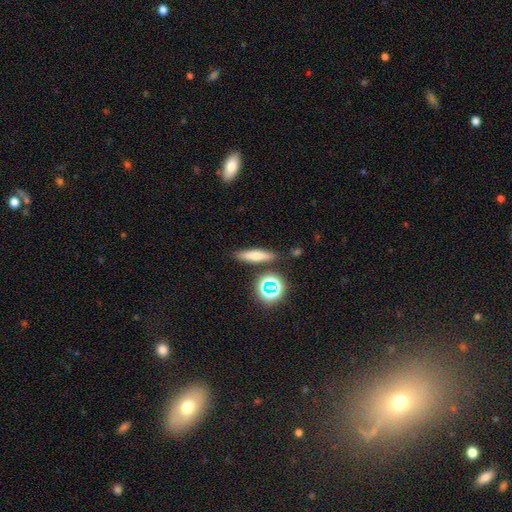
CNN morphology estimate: A smooth galaxy with no disk features (64%) that is cigar-shaped (67%). Merging: none (84%).